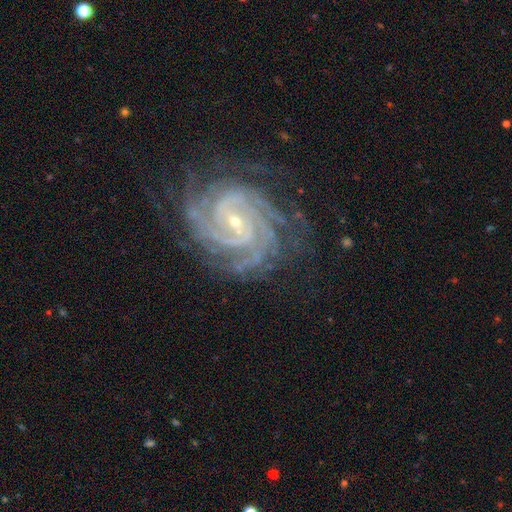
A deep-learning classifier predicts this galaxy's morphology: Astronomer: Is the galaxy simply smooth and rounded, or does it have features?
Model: featured or disk — 92%.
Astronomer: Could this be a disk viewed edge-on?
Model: no — 98%.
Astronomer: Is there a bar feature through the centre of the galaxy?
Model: weak — 40% (runner-up: no, 39%).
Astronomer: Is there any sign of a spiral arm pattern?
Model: yes — 99%.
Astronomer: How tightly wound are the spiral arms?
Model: tight — 77%.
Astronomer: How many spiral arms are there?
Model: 4 — 26% (runner-up: 3, 22%).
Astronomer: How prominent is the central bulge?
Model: small — 77%.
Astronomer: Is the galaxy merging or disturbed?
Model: none — 78%.